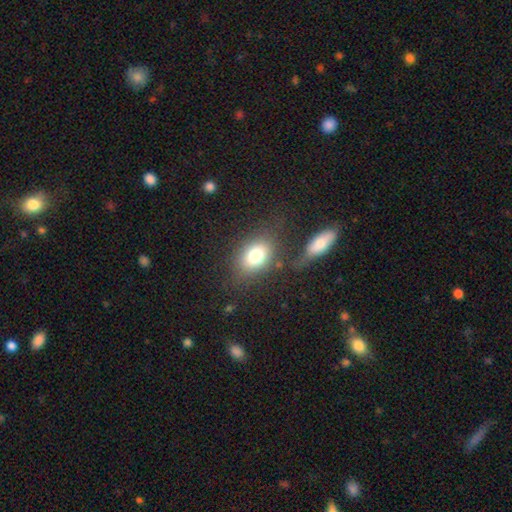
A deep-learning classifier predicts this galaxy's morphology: A smooth galaxy with no disk features (76%) that is in between round and cigar-shaped (65%). Merging: none (67%).